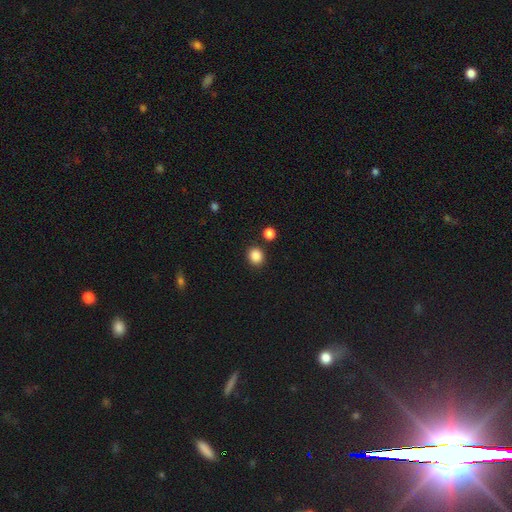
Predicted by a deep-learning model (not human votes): Smooth or featured? Predicted: smooth (p=0.86). How rounded? Predicted: round (p=0.81). Merging? Predicted: none (p=0.85).